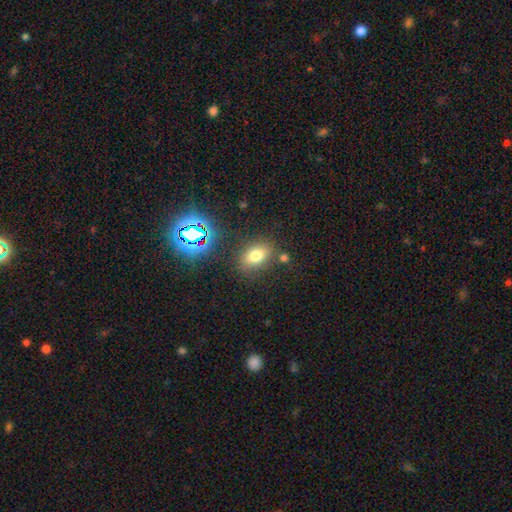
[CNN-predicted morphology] type=smooth (71%); roundness=in between (73%); merging=none (77%).